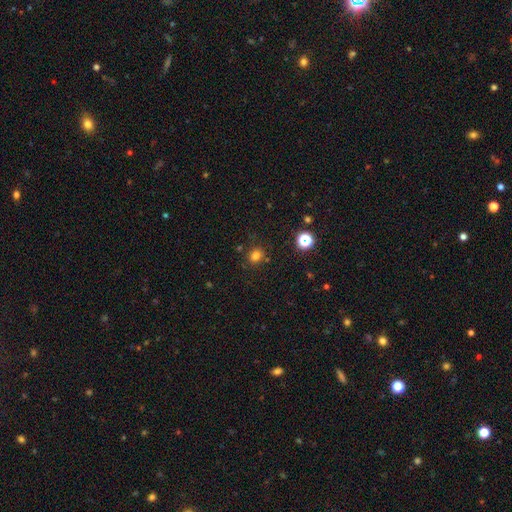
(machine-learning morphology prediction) smooth_or_featured: smooth (p=0.76) [alt: star or artifact p=0.18]
how_rounded: round (p=0.68) [alt: in between p=0.31]
merging: none (p=0.81) [alt: minor disturbance p=0.11]